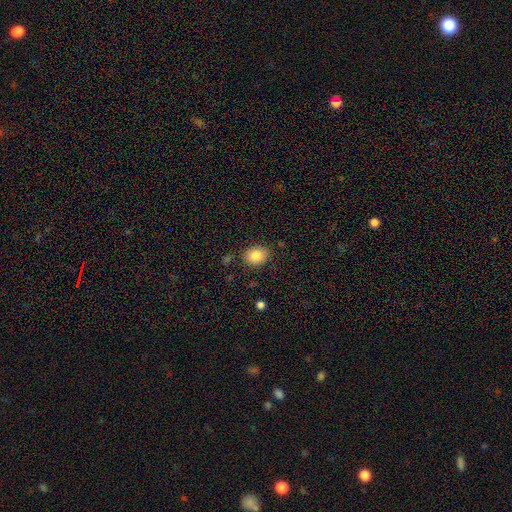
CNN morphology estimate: smooth-or-featured: smooth: 84% | star or artifact: 9% | featured or disk: 7%
  how-rounded: round: 52% | in between: 48% | cigar-shaped: 1%
  merging: none: 85% | minor disturbance: 10% | major disturbance: 3% | merger: 2%